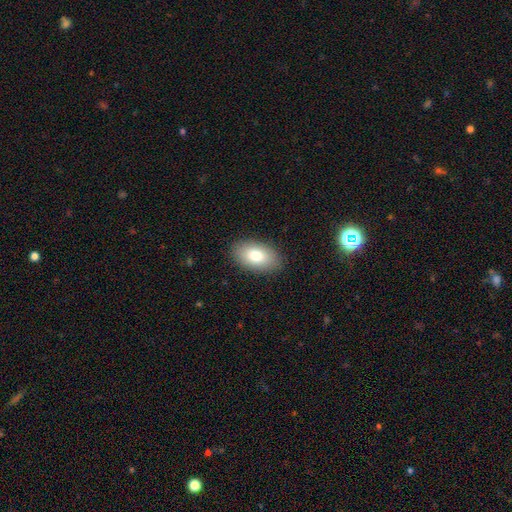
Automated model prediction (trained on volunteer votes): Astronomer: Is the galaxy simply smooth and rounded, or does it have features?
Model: smooth — 80%.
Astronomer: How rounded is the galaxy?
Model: in between — 93%.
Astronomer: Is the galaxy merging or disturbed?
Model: none — 88%.